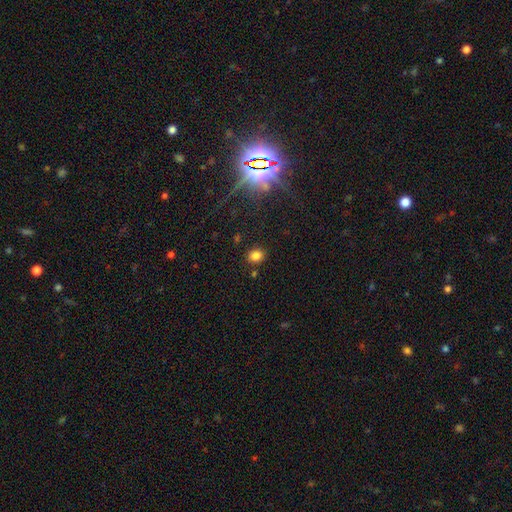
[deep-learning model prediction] smooth_or_featured: smooth (p=0.80) [alt: star or artifact p=0.14]
how_rounded: round (p=0.57) [alt: in between p=0.42]
merging: none (p=0.85) [alt: minor disturbance p=0.09]